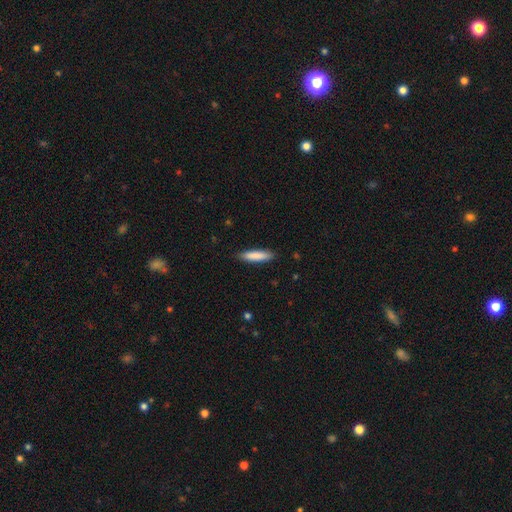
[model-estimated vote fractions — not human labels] The model was most divided on "how rounded": cigar-shaped: 78%, in between: 20%, round: 1%. More confident: merging — none (87%); smooth or featured — smooth (85%).